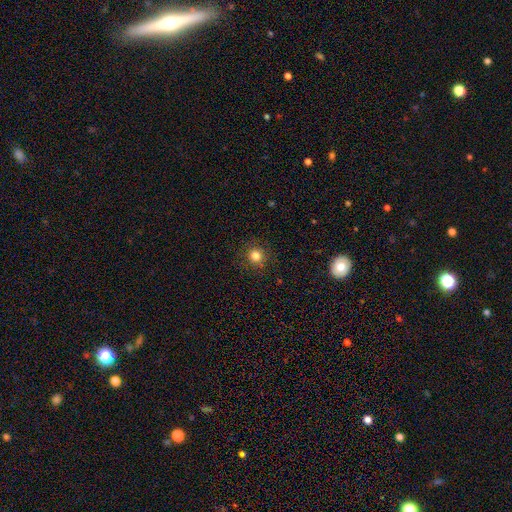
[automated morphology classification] Smooth or featured: smooth — 82% (star or artifact — 13%)
How rounded: round — 93% (in between — 6%)
Merging: none — 90% (minor disturbance — 6%)